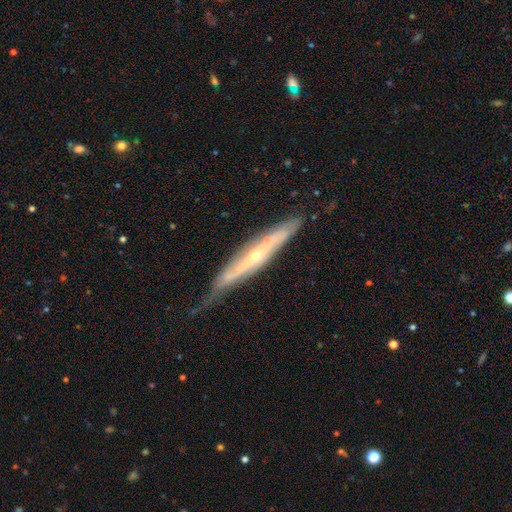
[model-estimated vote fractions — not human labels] The model was most divided on "edge-on bulge": rounded: 61%, none: 35%, boxy: 4%. More confident: edge-on disk — yes (76%); smooth or featured — featured or disk (75%); merging — none (62%).